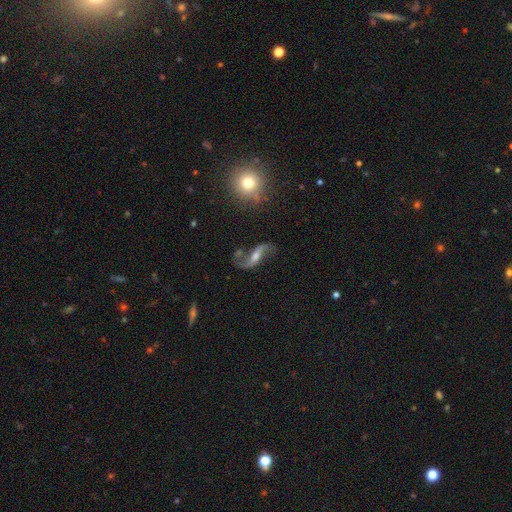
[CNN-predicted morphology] A featured or disk galaxy (86%) with a weak bar (38%), 2 (93%) loose (89%) spiral arms (95%) and a moderate central bulge (48%). Merging: none (72%).